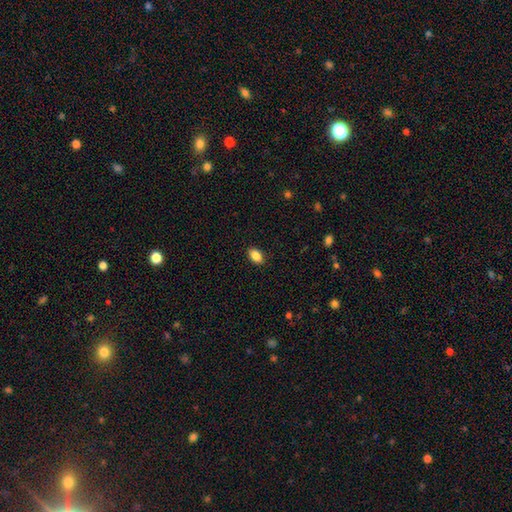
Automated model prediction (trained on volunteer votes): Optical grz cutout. It shows a smooth galaxy with no disk features (86%) that is in between round and cigar-shaped (89%). Merging: none (89%).